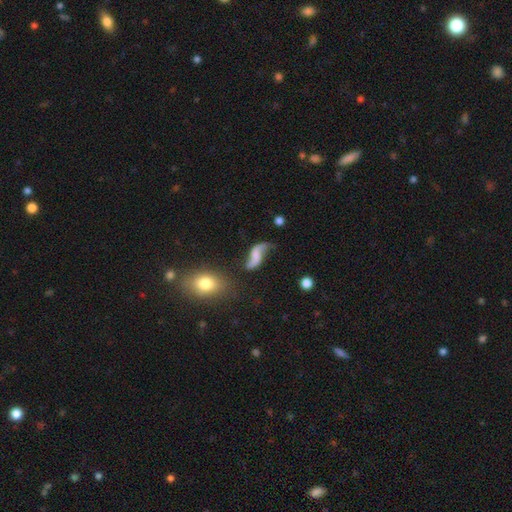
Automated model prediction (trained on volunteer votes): Smooth or featured: featured or disk — 79% (smooth — 14%)
Edge-on disk: no — 95% (yes — 5%)
Bar: no — 49% (weak — 36%)
Spiral arms: yes — 92% (no — 8%)
Spiral winding: loose — 91% (medium — 7%)
Spiral arm count: 2 — 91% (1 — 4%)
Bulge size: none — 59% (small — 22%)
Merging: none — 59% (minor disturbance — 20%)